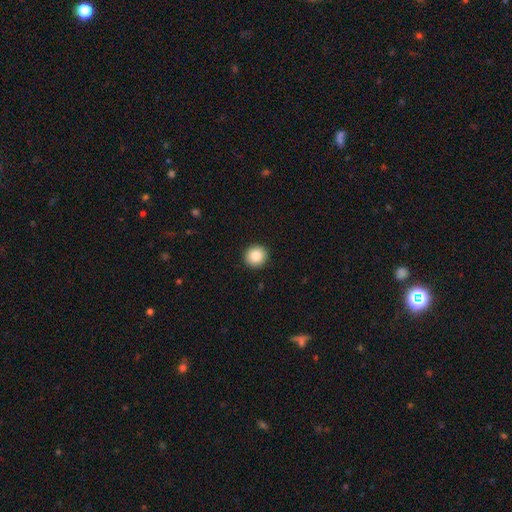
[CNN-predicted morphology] A smooth galaxy with no disk features (84%) that is round (95%). Merging: none (93%).